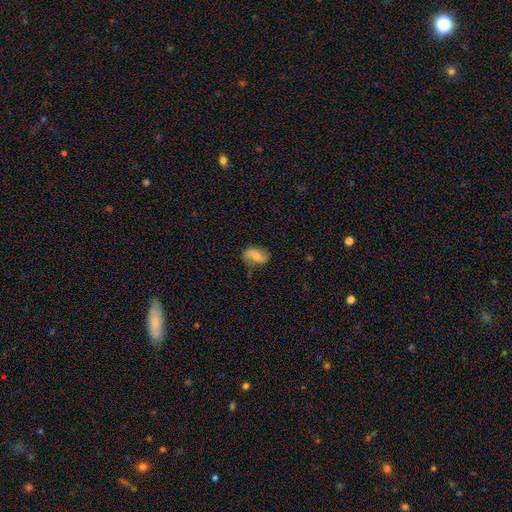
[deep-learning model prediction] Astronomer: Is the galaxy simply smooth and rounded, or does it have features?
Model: featured or disk — 54% (runner-up: smooth, 37%).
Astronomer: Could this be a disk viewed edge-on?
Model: no — 96%.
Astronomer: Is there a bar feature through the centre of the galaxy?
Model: no — 40%, tied with weak at 40%.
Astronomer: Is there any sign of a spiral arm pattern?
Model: yes — 87%.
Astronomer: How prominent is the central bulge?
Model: small — 31%, tied with moderate at 31%.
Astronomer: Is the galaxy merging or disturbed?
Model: none — 54%.